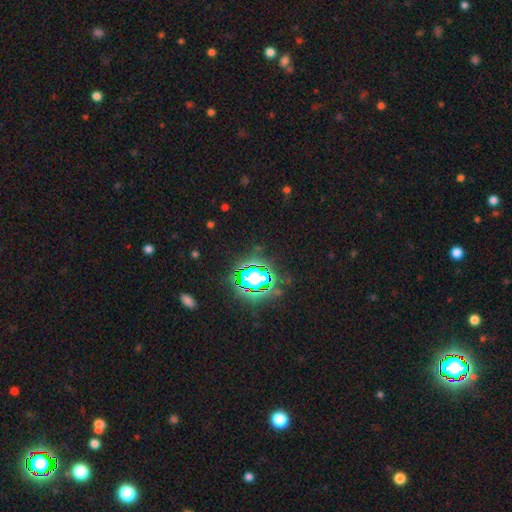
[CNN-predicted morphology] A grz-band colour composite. It shows a star or artifact, not a galaxy (79%).